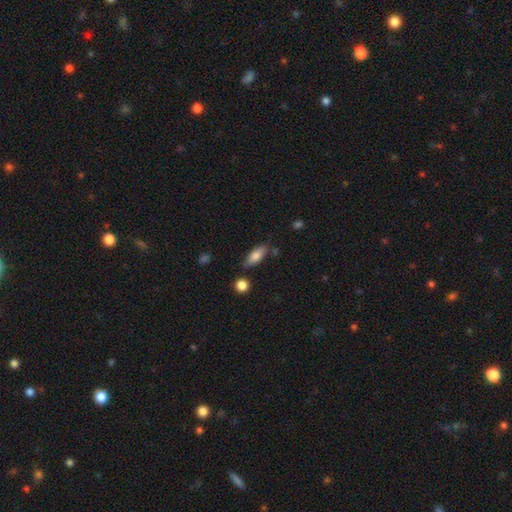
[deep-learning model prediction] The model was most divided on "how rounded": in between: 75%, cigar-shaped: 22%, round: 3%. More confident: smooth or featured — smooth (78%); merging — none (75%).